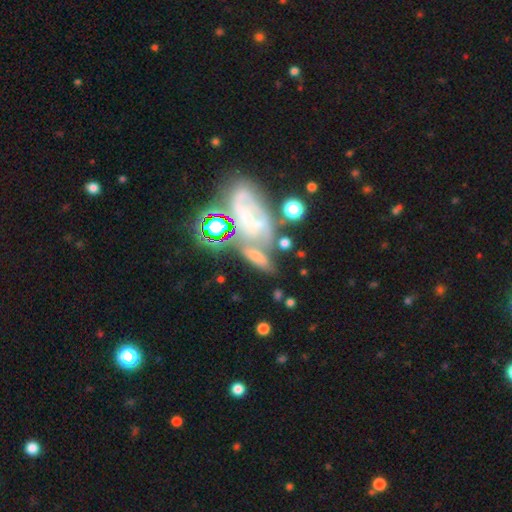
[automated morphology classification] Overall: smooth (48%; featured or disk 33%). Merging: none (41%; merger 30%).